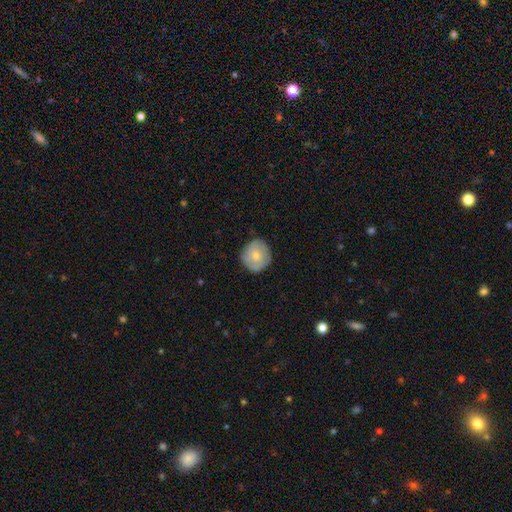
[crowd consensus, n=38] A smooth galaxy with no disk features (58%) that is round (73%). Merging: none (84%).